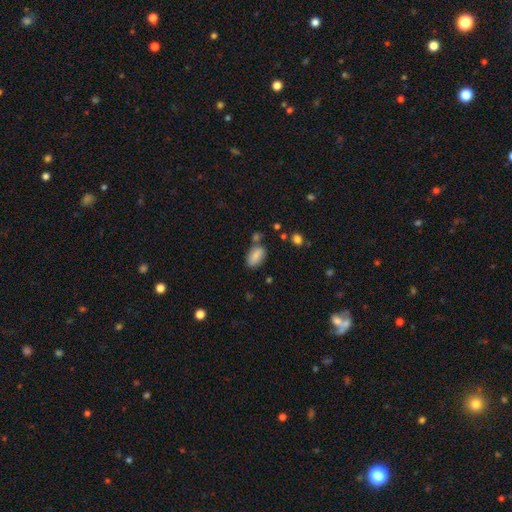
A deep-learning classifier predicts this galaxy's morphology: This is clearly a smooth galaxy (82%). How rounded: clearly in between (91%). Merging: likely none (65%).